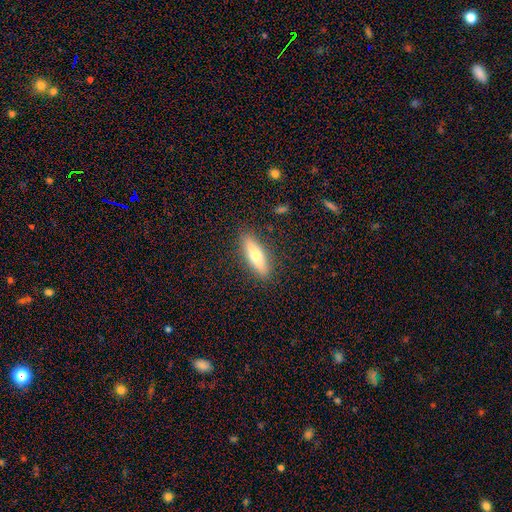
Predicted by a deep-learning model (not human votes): Smooth or featured: smooth — 60% (featured or disk — 34%)
How rounded: cigar-shaped — 68% (in between — 30%)
Merging: none — 89% (minor disturbance — 8%)